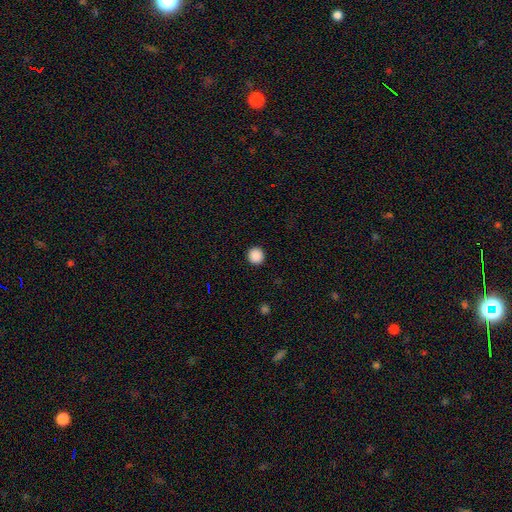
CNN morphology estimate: The model was most divided on "smooth or featured": smooth: 89%, star or artifact: 9%, featured or disk: 2%. More confident: how rounded — round (95%); merging — none (93%).